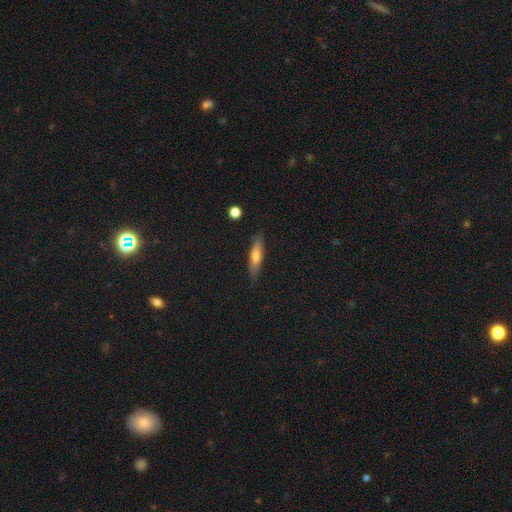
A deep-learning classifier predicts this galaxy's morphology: Overall: smooth (64%; featured or disk 29%). How rounded: cigar-shaped (67%; in between 31%). Merging: none (83%).